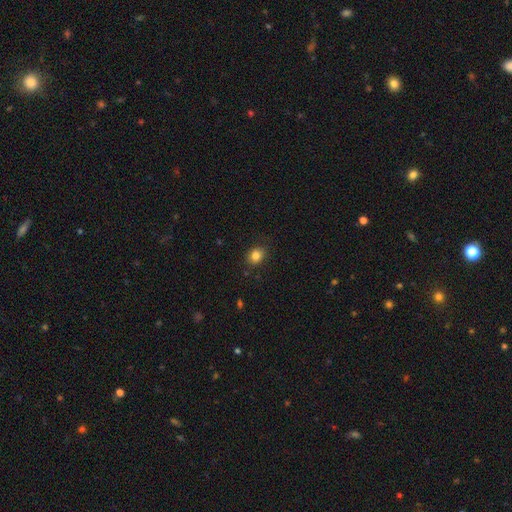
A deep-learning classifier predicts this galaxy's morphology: This is clearly a smooth galaxy (83%). How rounded: possibly round (58%). Merging: clearly none (85%).